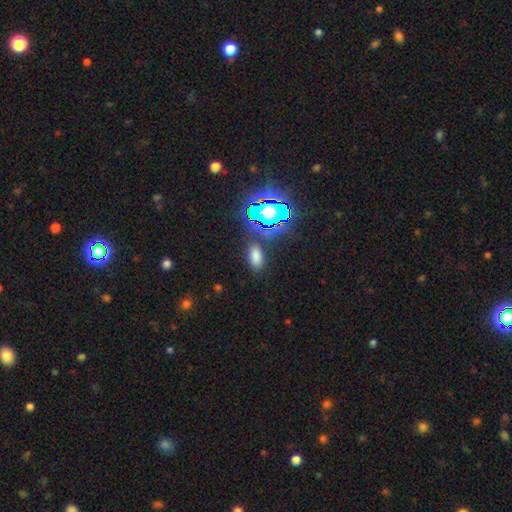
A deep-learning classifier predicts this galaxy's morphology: Smooth or featured?
  - smooth: 70% *
  - star or artifact: 24%
  - featured or disk: 7%
How rounded?
  - in between: 91% *
  - round: 6%
  - cigar-shaped: 3%
Merging?
  - none: 83% *
  - minor disturbance: 10%
  - merger: 4%
  - major disturbance: 4%